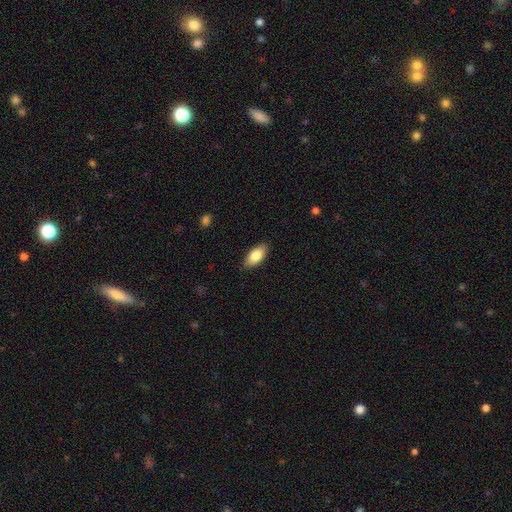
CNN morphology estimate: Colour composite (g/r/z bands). It shows a smooth galaxy with no disk features (82%) that is in between round and cigar-shaped (90%). Merging: none (84%).